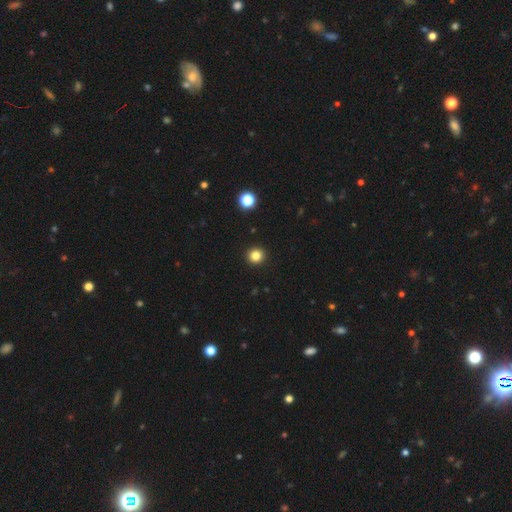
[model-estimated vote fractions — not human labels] smooth-or-featured: smooth: 82% | star or artifact: 13% | featured or disk: 5%
  how-rounded: round: 94% | in between: 5% | cigar-shaped: 1%
  merging: none: 93% | minor disturbance: 4% | major disturbance: 2% | merger: 1%